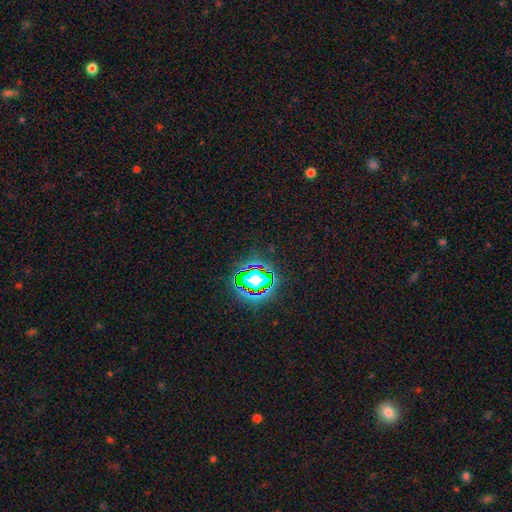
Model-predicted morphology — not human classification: smooth_or_featured: star or artifact (p=0.82) [alt: smooth p=0.11]